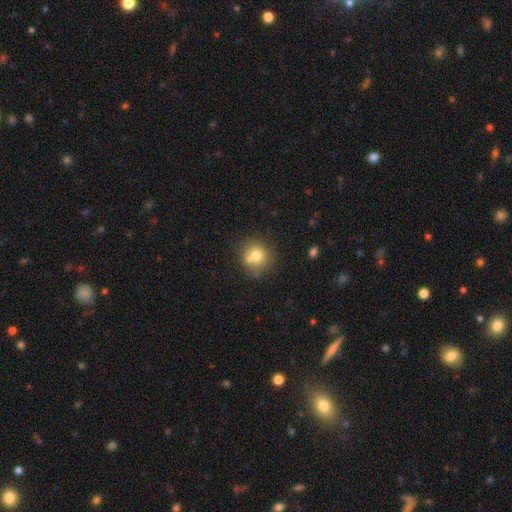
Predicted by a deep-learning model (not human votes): Smooth or featured?
  - smooth: 72% *
  - featured or disk: 17%
  - star or artifact: 11%
How rounded?
  - round: 87% *
  - in between: 12%
  - cigar-shaped: 1%
Merging?
  - none: 57% *
  - merger: 26%
  - minor disturbance: 13%
  - major disturbance: 4%